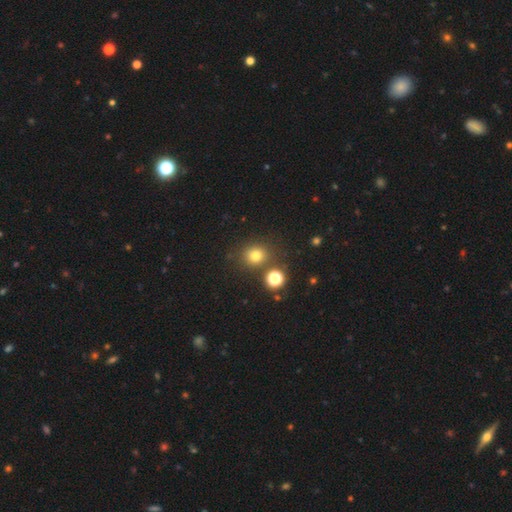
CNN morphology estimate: This appears to be a smooth galaxy with no disk features (76%) that is round (80%). Merging: none (78%).